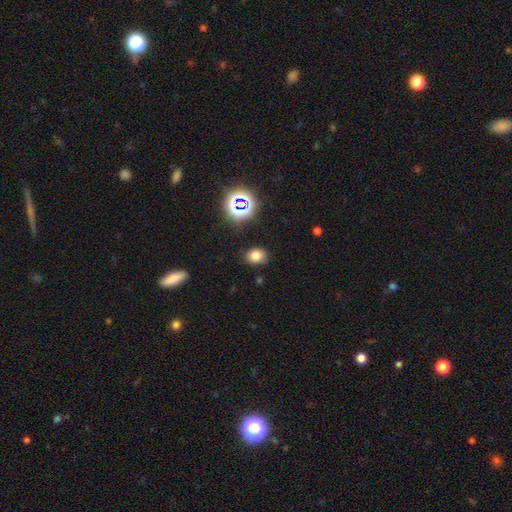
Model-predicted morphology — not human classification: Smooth or featured? Predicted: smooth (p=0.75). How rounded? Predicted: in between (p=0.53). Merging? Predicted: none (p=0.84).